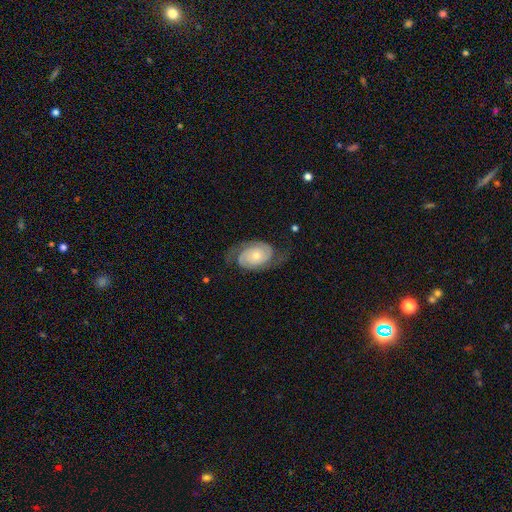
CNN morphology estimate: smooth_or_featured: featured or disk (p=0.83) [alt: smooth p=0.12]
disk_edge_on: no (p=0.96) [alt: yes p=0.04]
bar: no (p=0.77) [alt: weak p=0.19]
has_spiral_arms: yes (p=0.95) [alt: no p=0.05]
spiral_winding: tight (p=0.43) [alt: medium p=0.39]
spiral_arm_count: 2 (p=0.90) [alt: can't tell p=0.05]
bulge_size: small (p=0.52) [alt: moderate p=0.42]
merging: none (p=0.71) [alt: minor disturbance p=0.17]